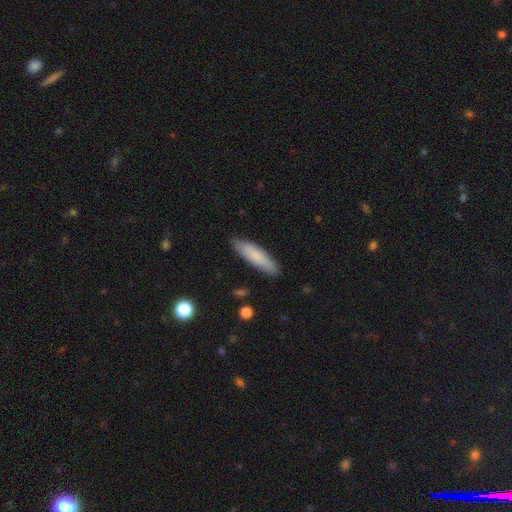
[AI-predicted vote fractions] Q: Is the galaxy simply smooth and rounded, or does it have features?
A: smooth — 81%.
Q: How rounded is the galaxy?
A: cigar-shaped — 72%.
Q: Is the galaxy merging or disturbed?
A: none — 88%.